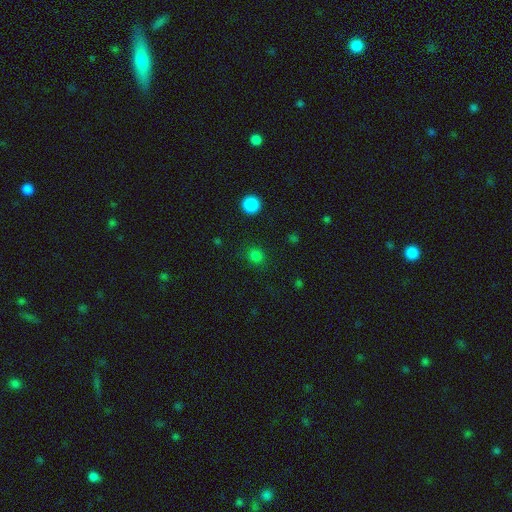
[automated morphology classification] smooth_or_featured: smooth (p=0.80) [alt: star or artifact p=0.17]
how_rounded: round (p=0.82) [alt: in between p=0.17]
merging: none (p=0.86) [alt: minor disturbance p=0.09]